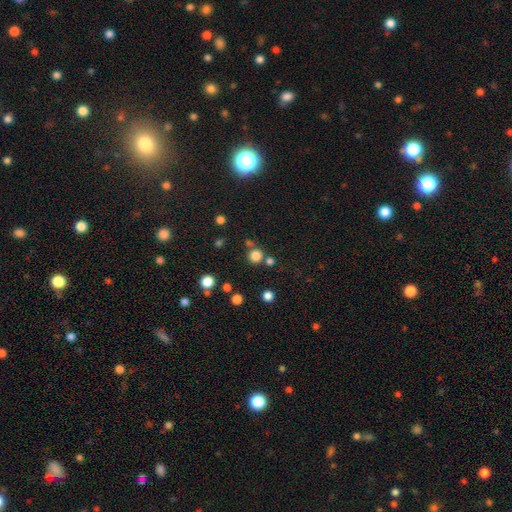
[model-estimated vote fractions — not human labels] Smooth or featured? smooth (79%)
How rounded? round (93%)
Merging? none (75%)